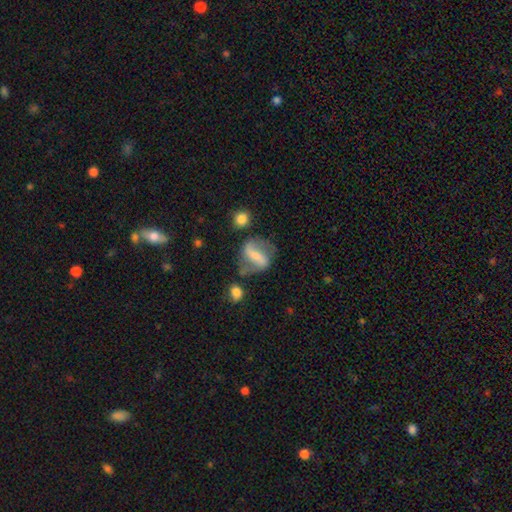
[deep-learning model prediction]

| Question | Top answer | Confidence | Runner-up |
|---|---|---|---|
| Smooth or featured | featured or disk | 65% | smooth (27%) |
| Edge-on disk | no | 93% | yes (7%) |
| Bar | strong | 62% | weak (24%) |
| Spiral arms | yes | 78% | no (22%) |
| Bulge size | small | 43% | moderate (28%) |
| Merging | none | 60% | minor disturbance (20%) |